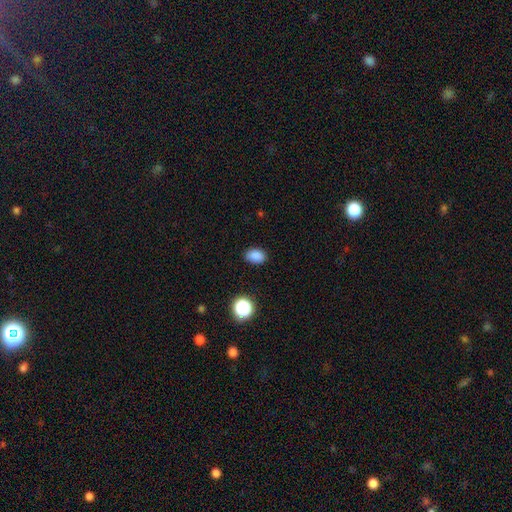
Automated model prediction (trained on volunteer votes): Q: Smooth or featured?
A: smooth (85%); runner-up: star or artifact (11%)
Q: How rounded?
A: in between (79%); runner-up: round (20%)
Q: Merging?
A: none (84%); runner-up: minor disturbance (12%)